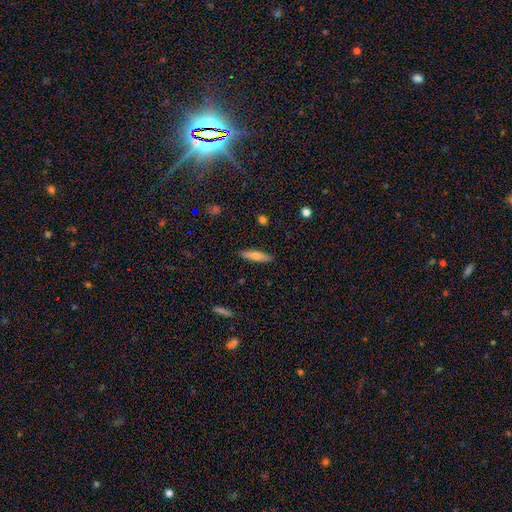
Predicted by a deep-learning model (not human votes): A smooth galaxy with no disk features (70%) that is cigar-shaped (76%). Merging: none (89%).